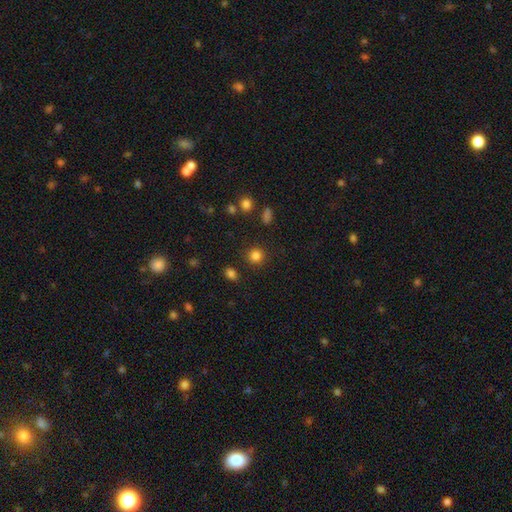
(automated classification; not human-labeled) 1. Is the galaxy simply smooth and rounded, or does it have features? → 82% smooth, 13% star or artifact, 5% featured or disk.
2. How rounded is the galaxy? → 90% round, 9% in between, 1% cigar-shaped.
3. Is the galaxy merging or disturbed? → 87% none, 7% minor disturbance, 3% merger, 3% major disturbance.